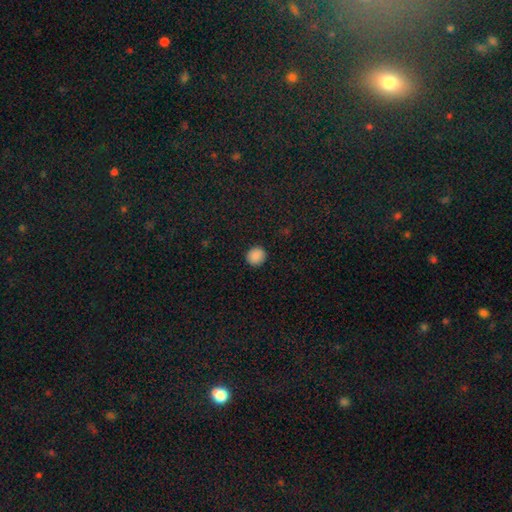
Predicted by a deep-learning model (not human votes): Smooth or featured: smooth — 88% (star or artifact — 9%)
How rounded: round — 88% (in between — 11%)
Merging: none — 92% (minor disturbance — 5%)